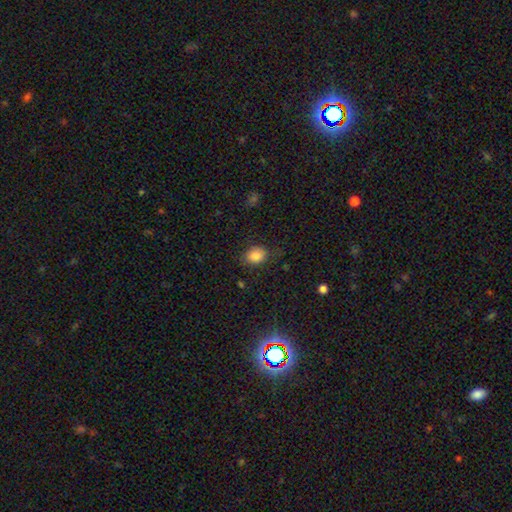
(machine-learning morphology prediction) This is clearly a smooth galaxy (84%). How rounded: possibly in between (53%). Merging: likely none (74%).